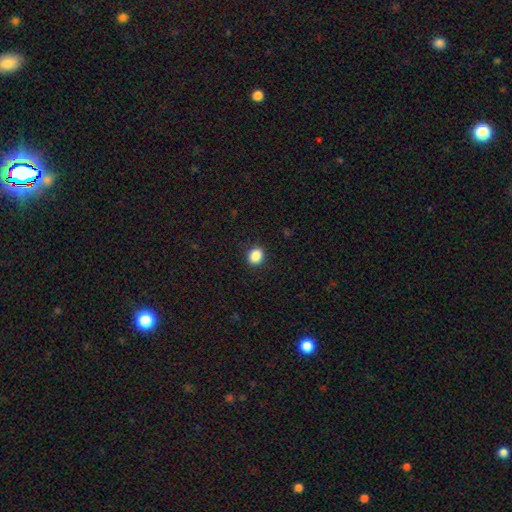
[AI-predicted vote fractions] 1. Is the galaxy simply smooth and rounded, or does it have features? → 88% smooth, 9% star or artifact, 3% featured or disk.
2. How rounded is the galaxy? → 57% round, 42% in between, 1% cigar-shaped.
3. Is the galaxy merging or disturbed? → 90% none, 7% minor disturbance, 2% major disturbance, 1% merger.